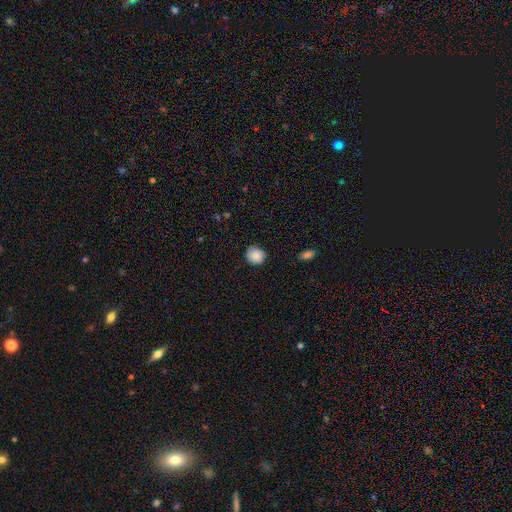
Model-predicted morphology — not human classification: A smooth galaxy with no disk features (83%) that is round (82%).

Vote fractions:
- Smooth or featured? smooth: 83% / featured or disk: 9% / star or artifact: 8%
- How rounded? round: 82% / in between: 17% / cigar-shaped: 1%
- Merging? none: 76% / minor disturbance: 20% / major disturbance: 3% / merger: 1%